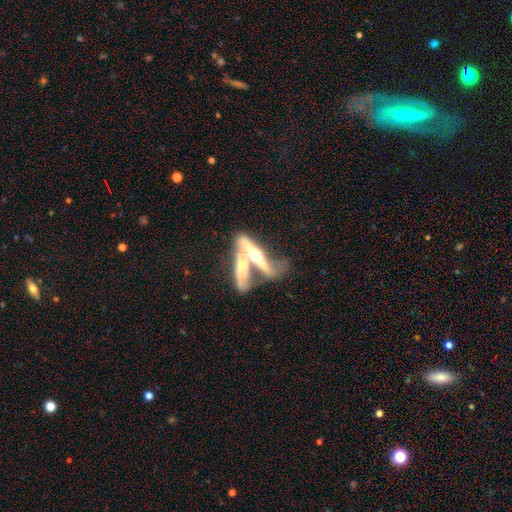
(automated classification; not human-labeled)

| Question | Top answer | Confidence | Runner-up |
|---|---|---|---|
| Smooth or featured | featured or disk | 67% | smooth (26%) |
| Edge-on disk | yes | 56% | no (44%) |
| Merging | merger | 69% | none (13%) |